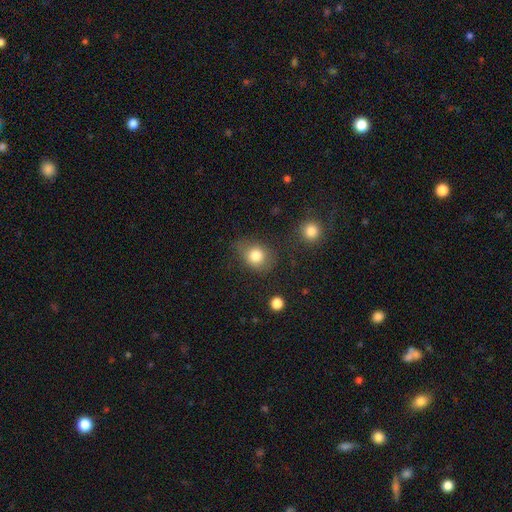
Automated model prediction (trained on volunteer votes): Morphology: type=smooth (81%); roundness=round (61%); merging=none (61%).